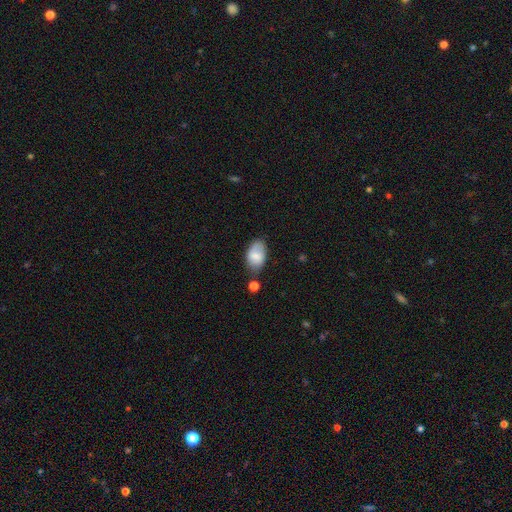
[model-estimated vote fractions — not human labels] This is likely a smooth galaxy (75%). How rounded: clearly in between (92%). Merging: possibly none (59%).